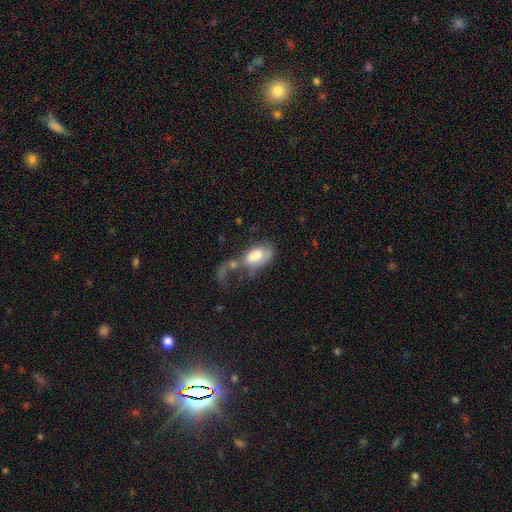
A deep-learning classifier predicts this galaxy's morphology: Overall: smooth (65%; featured or disk 28%). How rounded: in between (91%). Merging: major disturbance (43%; merger 29%).